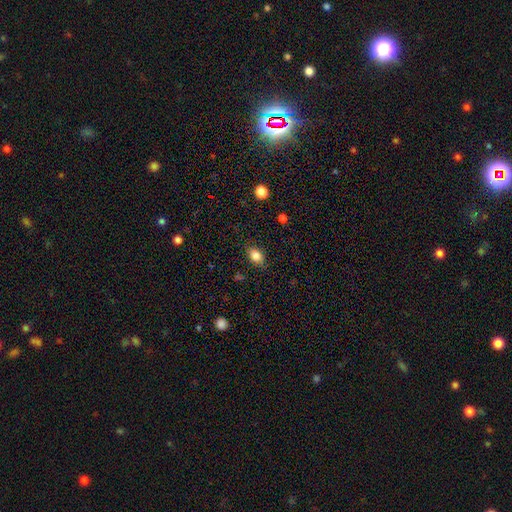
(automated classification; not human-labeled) This is clearly a smooth galaxy (84%). How rounded: likely in between (76%). Merging: clearly none (84%).